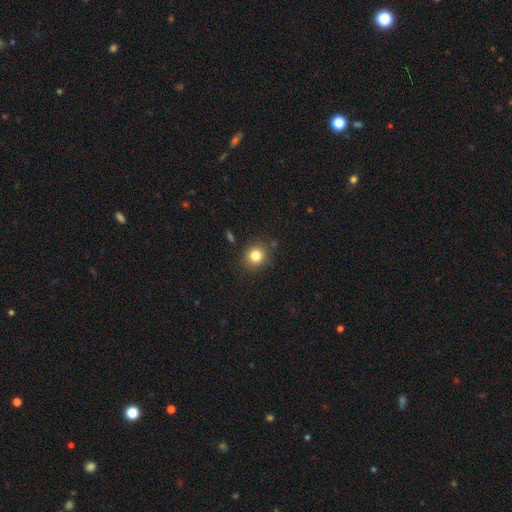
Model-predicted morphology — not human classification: This appears to be a smooth galaxy with no disk features (81%) that is round (86%). Merging: none (85%).